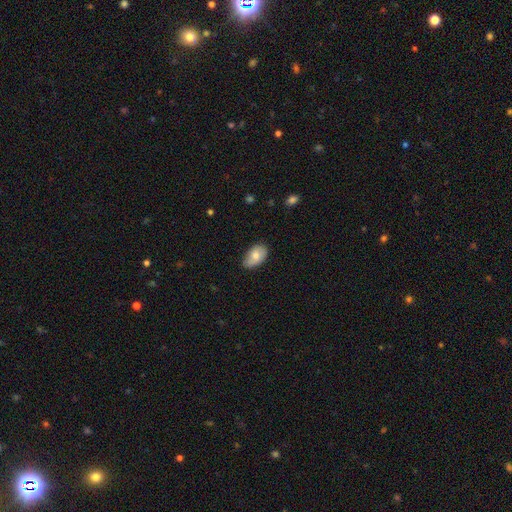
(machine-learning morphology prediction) This appears to be a smooth galaxy with no disk features (75%) that is in between round and cigar-shaped (91%). Merging: none (63%).